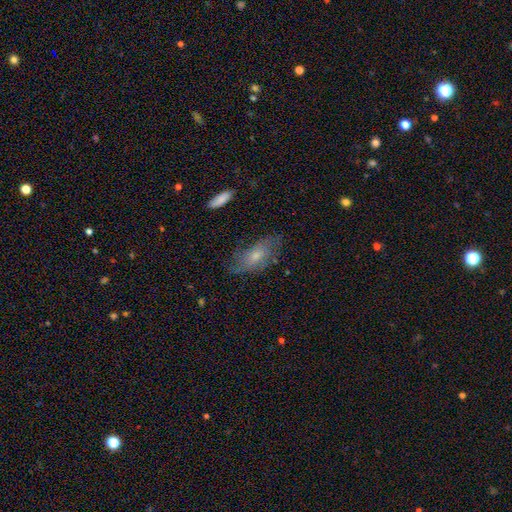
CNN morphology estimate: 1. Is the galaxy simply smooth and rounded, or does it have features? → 51% smooth, 40% featured or disk, 8% star or artifact.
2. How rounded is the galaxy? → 85% in between, 11% cigar-shaped, 4% round.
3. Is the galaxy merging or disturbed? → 64% none, 24% minor disturbance, 10% major disturbance, 2% merger.